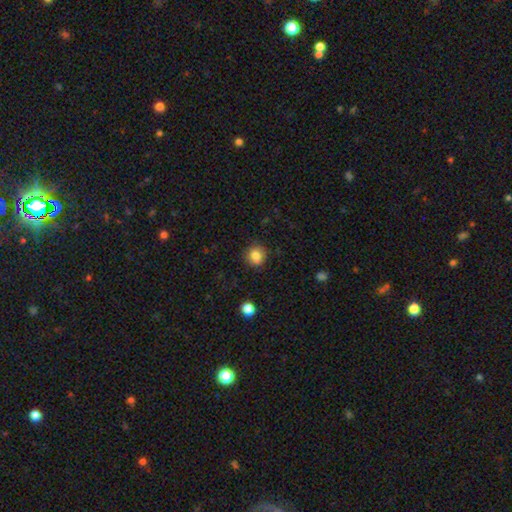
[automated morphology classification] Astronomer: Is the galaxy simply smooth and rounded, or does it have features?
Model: smooth — 83%.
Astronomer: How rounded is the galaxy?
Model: round — 82%.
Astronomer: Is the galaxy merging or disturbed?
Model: none — 85%.